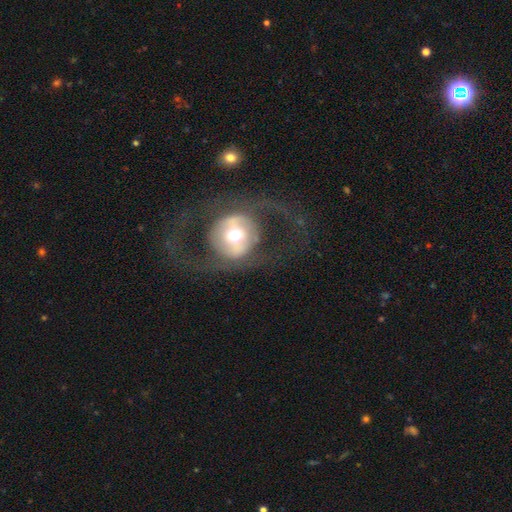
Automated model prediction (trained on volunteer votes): Smooth or featured? featured or disk (75%)
Edge-on disk? no (94%)
Bar? no (54%)
Spiral arms? yes (56%)
Bulge size? moderate (61%)
Merging? none (68%)